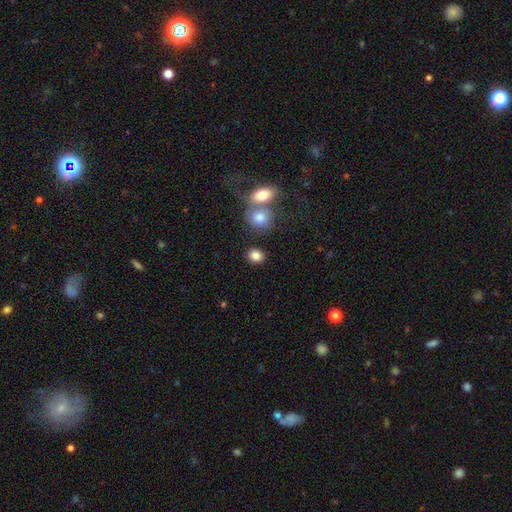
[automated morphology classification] This appears to be a smooth galaxy with no disk features (84%) that is round (62%). Merging: none (76%).